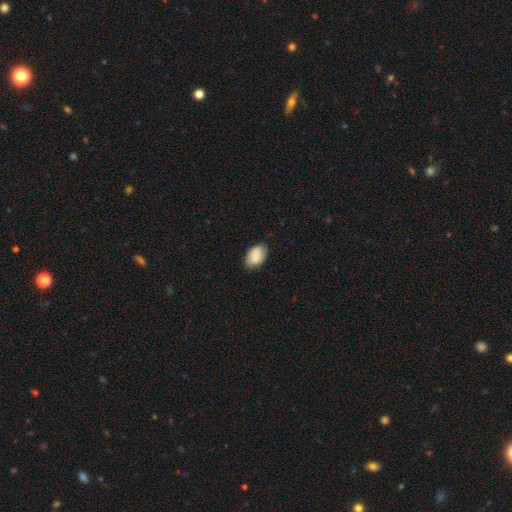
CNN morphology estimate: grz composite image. It shows a smooth galaxy with no disk features (79%) that is in between round and cigar-shaped (91%). Merging: none (79%).